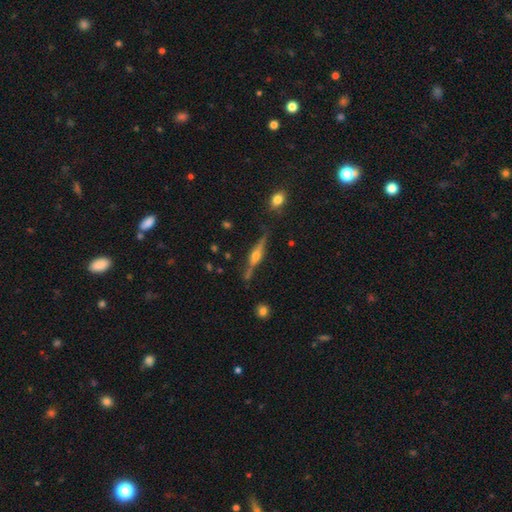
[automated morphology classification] A featured or disk galaxy (77%) viewed edge-on (97%) with a rounded central bulge (92%). Merging: none (80%).